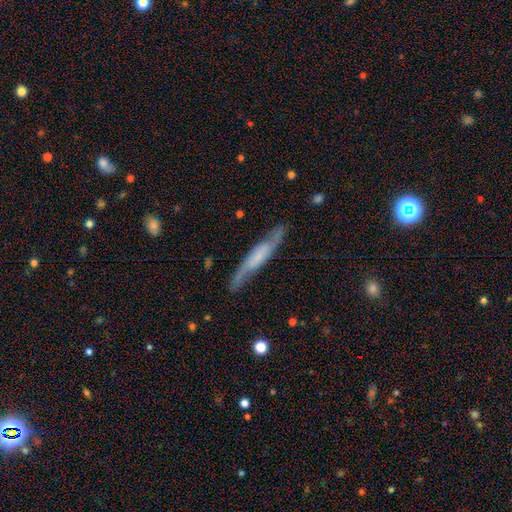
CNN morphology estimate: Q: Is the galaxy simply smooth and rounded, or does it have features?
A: featured or disk — 61%.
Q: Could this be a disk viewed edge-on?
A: yes — 73%.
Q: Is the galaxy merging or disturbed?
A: none — 80%.